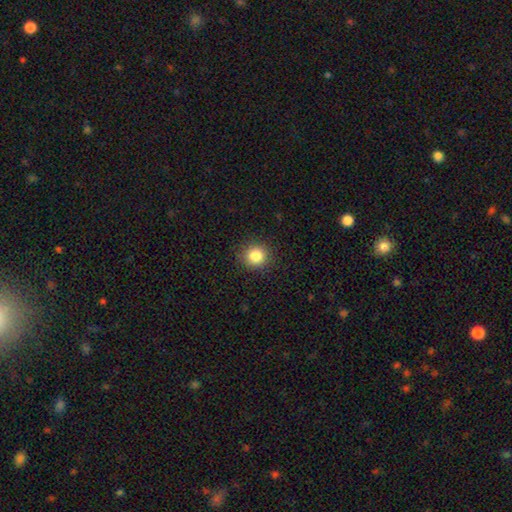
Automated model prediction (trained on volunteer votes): Smooth or featured? smooth (84%)
How rounded? round (90%)
Merging? none (90%)